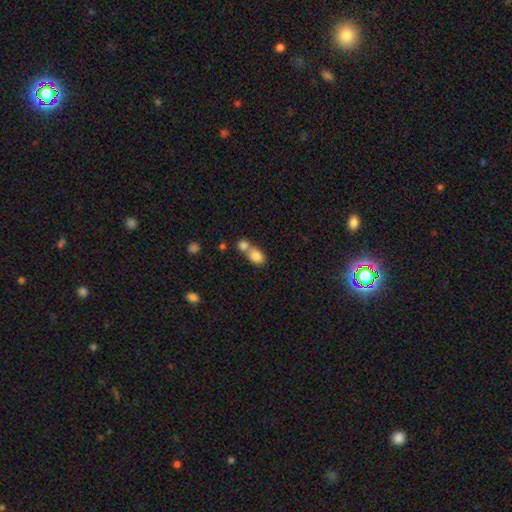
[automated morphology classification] The model was most divided on "merging": merger: 60%, none: 29%, minor disturbance: 7%, major disturbance: 3%. More confident: smooth or featured — smooth (83%); how rounded — in between (73%).